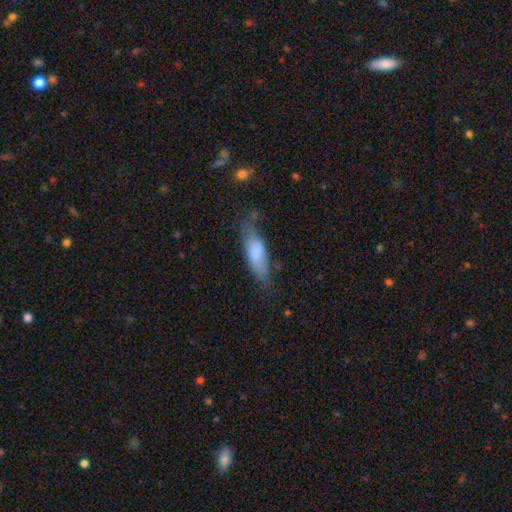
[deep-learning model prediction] This appears to be a smooth galaxy with no disk features (49%). Merging: none (69%).